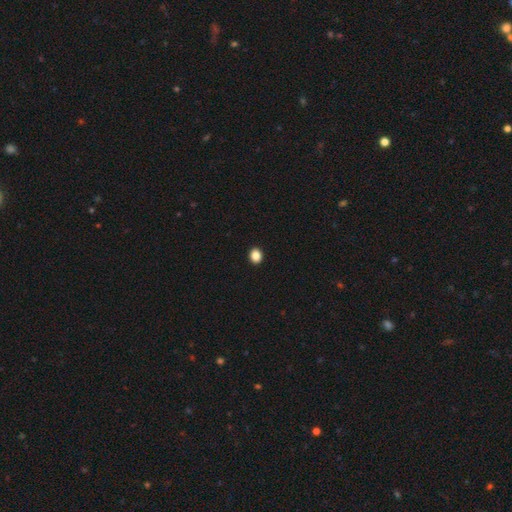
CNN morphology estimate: Smooth or featured: smooth — 87% (star or artifact — 10%)
How rounded: round — 57% (in between — 42%)
Merging: none — 93% (minor disturbance — 5%)